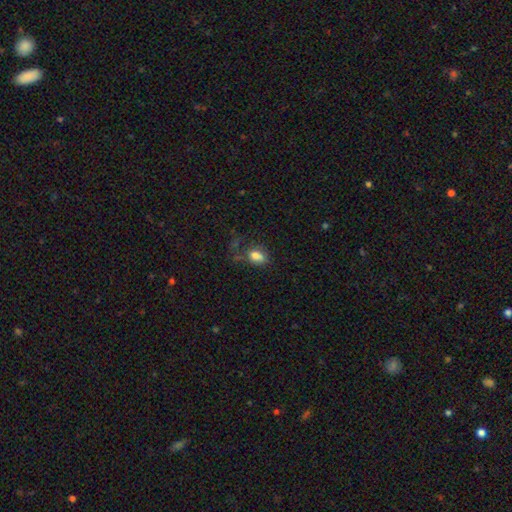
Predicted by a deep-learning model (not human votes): Overall: smooth (74%). How rounded: in between (74%). Merging: none (39%; major disturbance 25%).